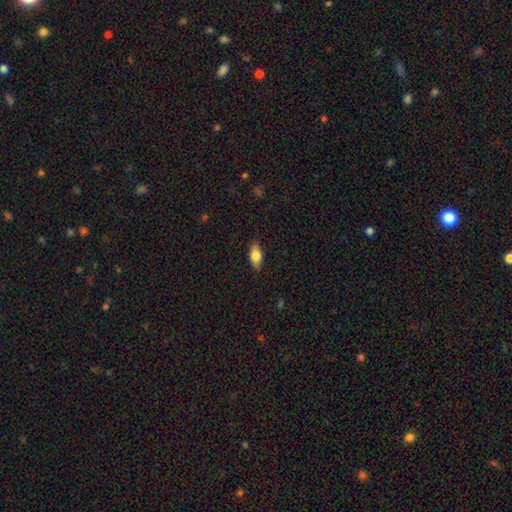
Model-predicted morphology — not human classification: Smooth or featured? smooth (73%)
How rounded? in between (84%)
Merging? none (86%)